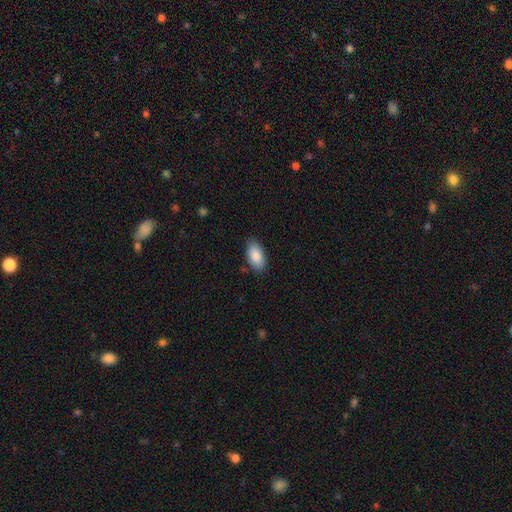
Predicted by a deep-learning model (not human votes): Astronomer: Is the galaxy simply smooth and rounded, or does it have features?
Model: smooth — 89%.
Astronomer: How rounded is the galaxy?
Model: in between — 94%.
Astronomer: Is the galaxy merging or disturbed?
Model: none — 84%.